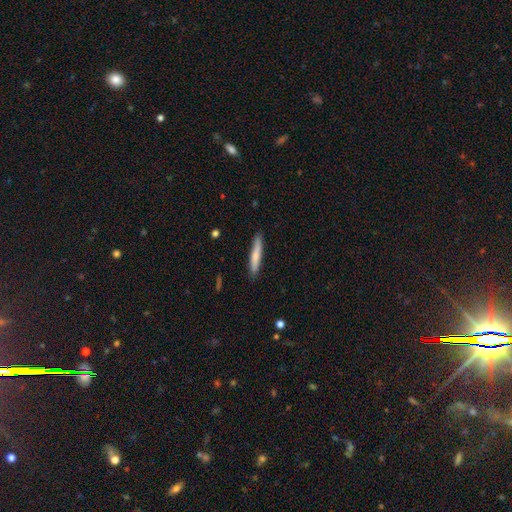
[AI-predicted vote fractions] Smooth or featured? Predicted: smooth (p=0.72). How rounded? Predicted: cigar-shaped (p=0.93). Merging? Predicted: none (p=0.87).